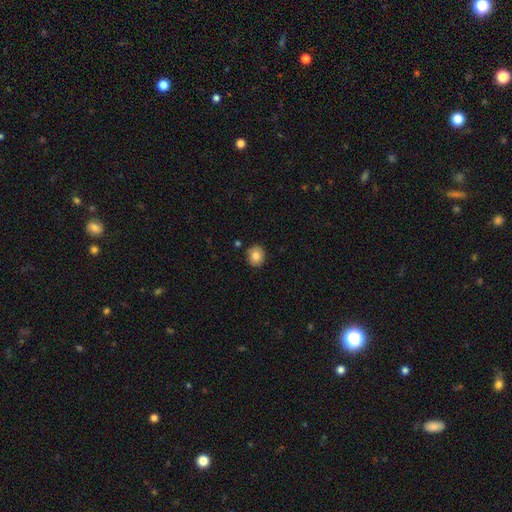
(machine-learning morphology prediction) smooth_or_featured: smooth (p=0.82) [alt: featured or disk p=0.09]
how_rounded: round (p=0.81) [alt: in between p=0.18]
merging: none (p=0.88) [alt: minor disturbance p=0.08]